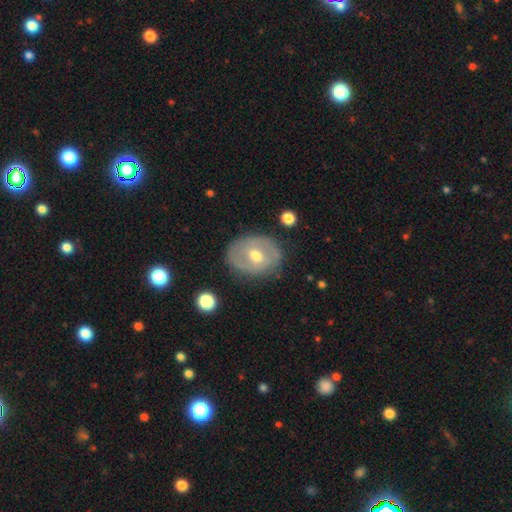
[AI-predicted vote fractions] Morphology: type=featured or disk (60%); edge-on=no (95%); bar=no (47%); spiral arms=no (55%); bulge=moderate (71%); merging=none (80%).